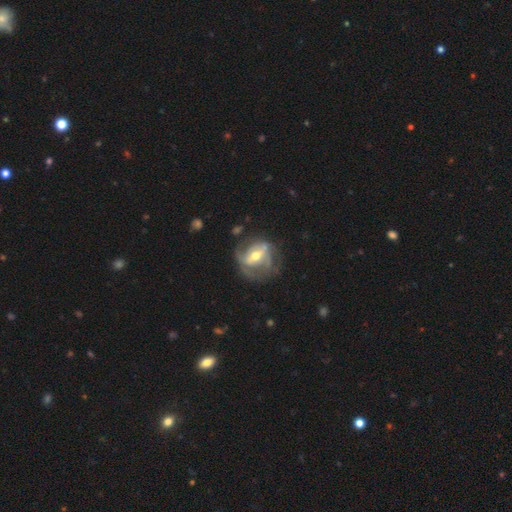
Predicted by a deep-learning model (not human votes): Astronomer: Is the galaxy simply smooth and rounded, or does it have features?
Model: featured or disk — 76%.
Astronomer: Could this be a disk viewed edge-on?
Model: no — 94%.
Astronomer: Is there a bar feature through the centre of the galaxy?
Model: strong — 46% (runner-up: weak, 34%).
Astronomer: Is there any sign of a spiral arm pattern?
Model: yes — 70%.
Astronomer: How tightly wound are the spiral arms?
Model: medium — 39% (runner-up: tight, 33%).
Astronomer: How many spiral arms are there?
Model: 2 — 49% (runner-up: can't tell, 27%).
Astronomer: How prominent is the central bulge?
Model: moderate — 69%.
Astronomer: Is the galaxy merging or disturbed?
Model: none — 50%.